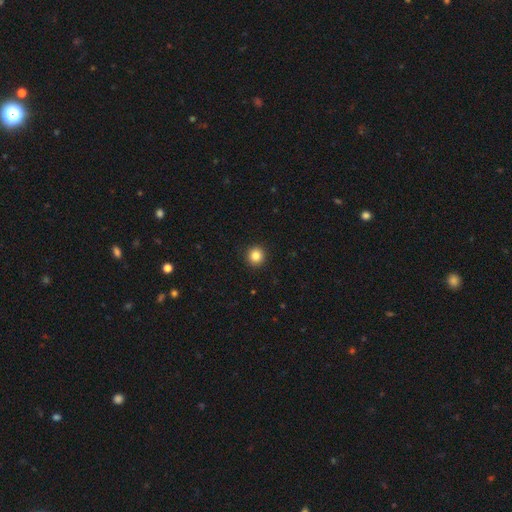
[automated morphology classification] Smooth or featured?
  - smooth: 84% *
  - star or artifact: 11%
  - featured or disk: 5%
How rounded?
  - round: 94% *
  - in between: 5%
  - cigar-shaped: 1%
Merging?
  - none: 93% *
  - minor disturbance: 4%
  - major disturbance: 2%
  - merger: 1%